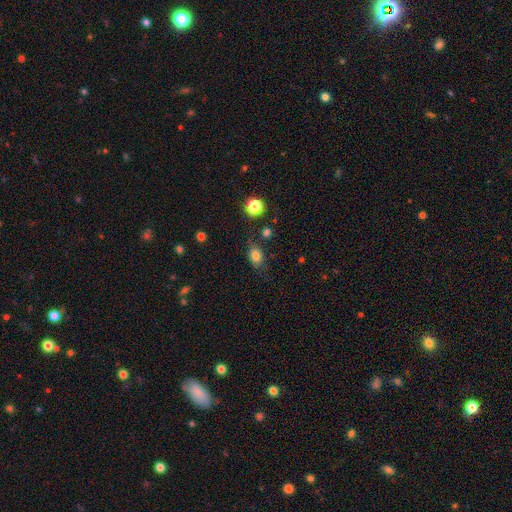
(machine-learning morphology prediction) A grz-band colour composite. It shows a smooth galaxy with no disk features (80%) that is in between round and cigar-shaped (76%). Merging: none (73%).